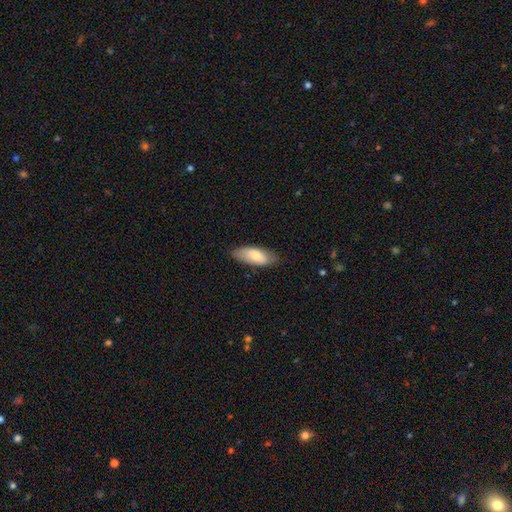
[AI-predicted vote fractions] Morphology: type=smooth (73%); roundness=in between (81%); merging=none (78%).